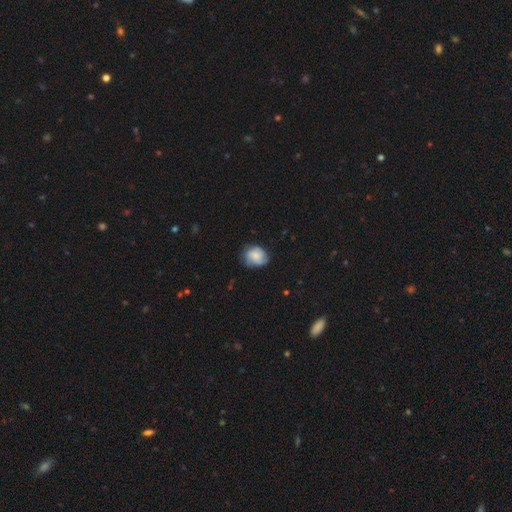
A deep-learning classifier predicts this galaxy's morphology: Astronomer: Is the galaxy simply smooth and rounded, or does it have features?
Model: smooth — 59%.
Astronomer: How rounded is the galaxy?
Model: round — 62% (runner-up: in between, 37%).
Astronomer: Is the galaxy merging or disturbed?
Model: none — 67%.